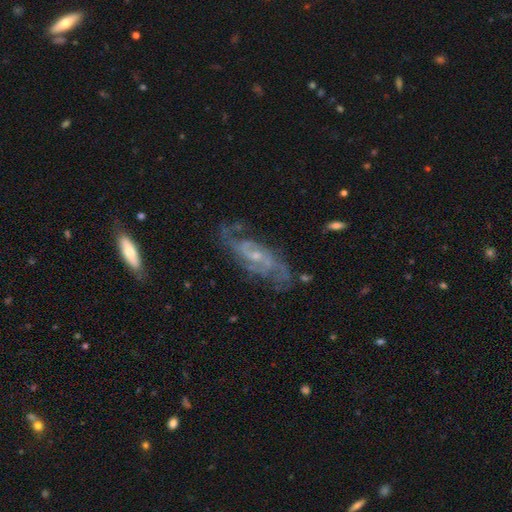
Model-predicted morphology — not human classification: Q: Smooth or featured?
A: featured or disk (86%); runner-up: star or artifact (7%)
Q: Edge-on disk?
A: no (92%); runner-up: yes (8%)
Q: Bar?
A: weak (44%); runner-up: no (43%)
Q: Spiral arms?
A: yes (95%); runner-up: no (5%)
Q: Spiral winding?
A: medium (46%); runner-up: tight (38%)
Q: Spiral arm count?
A: 2 (55%); runner-up: can't tell (20%)
Q: Bulge size?
A: small (68%); runner-up: moderate (24%)
Q: Merging?
A: none (72%); runner-up: minor disturbance (18%)